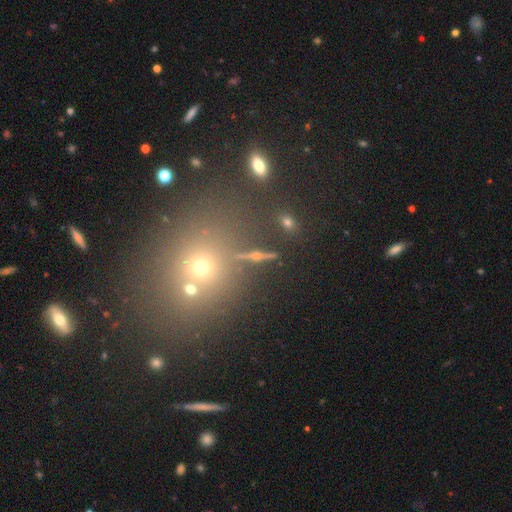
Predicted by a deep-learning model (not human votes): smooth-or-featured: smooth: 39% | star or artifact: 32% | featured or disk: 29%
  merging: none: 80% | minor disturbance: 9% | merger: 7% | major disturbance: 4%